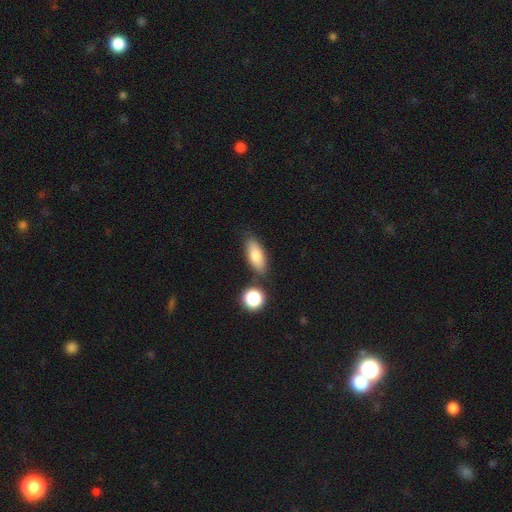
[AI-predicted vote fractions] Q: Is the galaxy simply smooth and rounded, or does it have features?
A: smooth — 80%.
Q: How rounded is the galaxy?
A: in between — 78%.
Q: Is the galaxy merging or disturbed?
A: none — 76%.